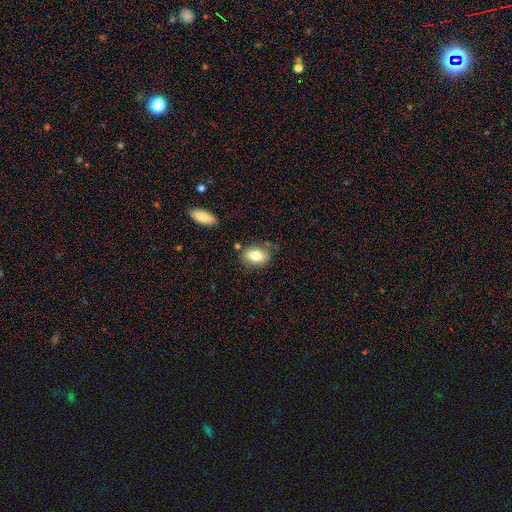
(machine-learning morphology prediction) Smooth or featured?
  - smooth: 78% *
  - featured or disk: 14%
  - star or artifact: 8%
How rounded?
  - in between: 84% *
  - round: 14%
  - cigar-shaped: 2%
Merging?
  - none: 72% *
  - minor disturbance: 17%
  - merger: 7%
  - major disturbance: 4%